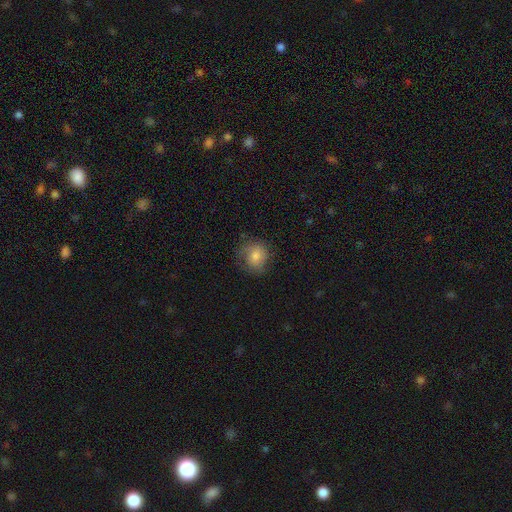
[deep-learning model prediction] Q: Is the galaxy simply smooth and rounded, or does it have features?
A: smooth — 72%.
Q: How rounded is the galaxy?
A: round — 79%.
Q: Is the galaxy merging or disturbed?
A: none — 69%.